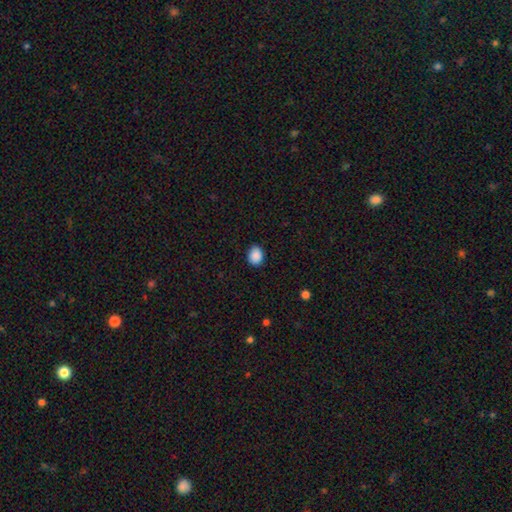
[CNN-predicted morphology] smooth 89%, star or artifact 8%, featured or disk 3%. Down the decision tree: how rounded — in between (52%); merging — none (86%).